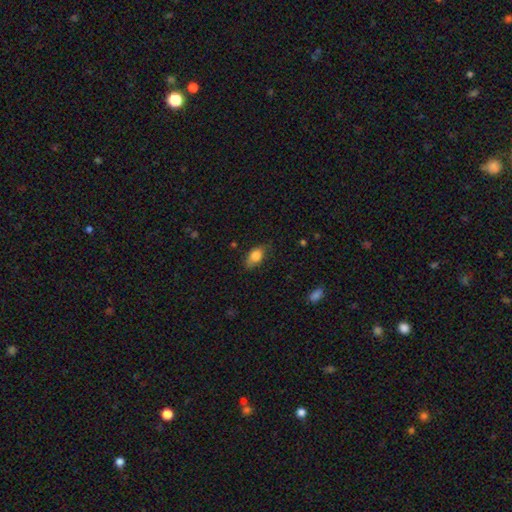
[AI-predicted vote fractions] Smooth or featured: smooth — 82% (featured or disk — 10%)
How rounded: in between — 86% (round — 10%)
Merging: none — 73% (minor disturbance — 21%)